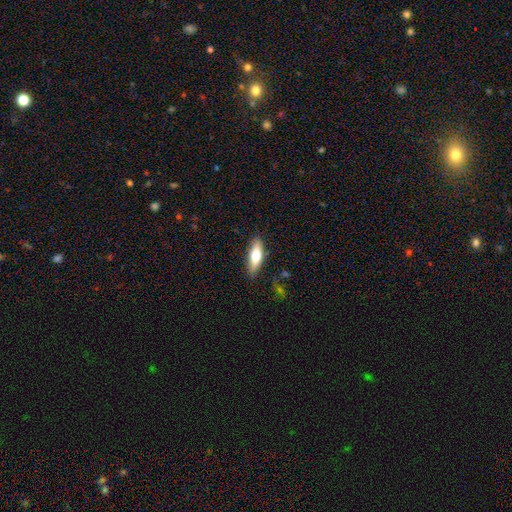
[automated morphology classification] The model was most divided on "how rounded": in between: 51%, cigar-shaped: 46%, round: 2%. More confident: merging — none (84%); smooth or featured — smooth (64%).